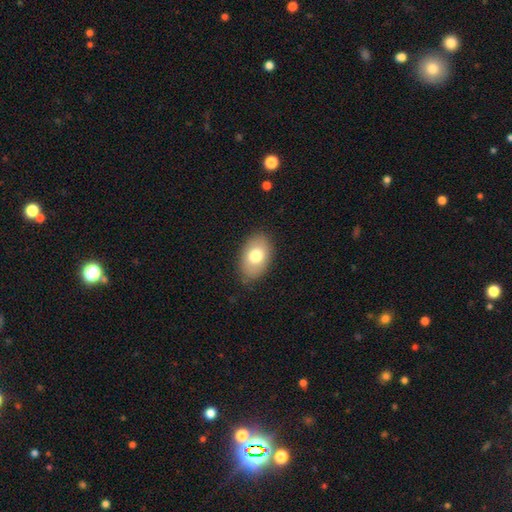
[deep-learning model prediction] Morphology: type=smooth (75%); roundness=in between (88%); merging=none (83%).